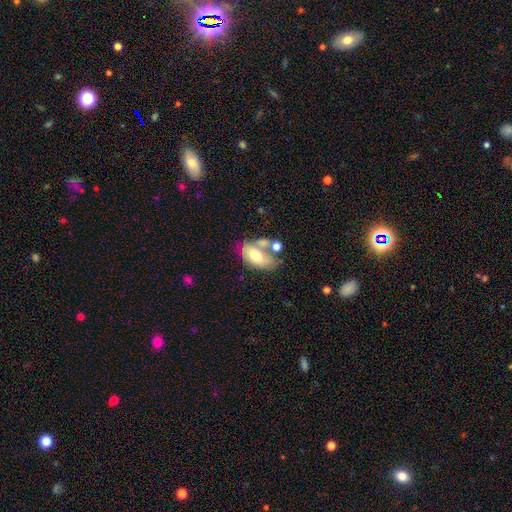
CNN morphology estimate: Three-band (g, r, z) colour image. It shows a smooth galaxy with no disk features (63%) that is in between round and cigar-shaped (91%). Merging: none (36%).